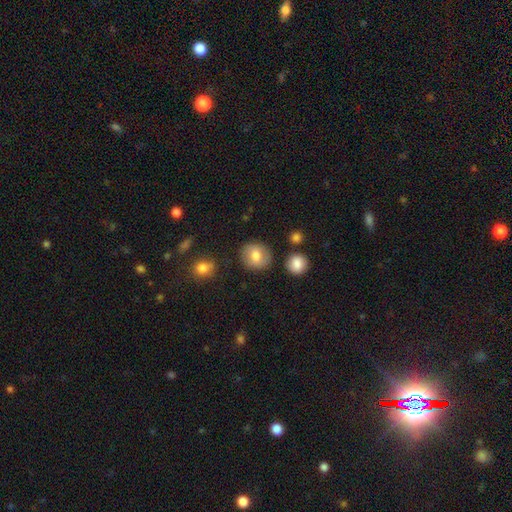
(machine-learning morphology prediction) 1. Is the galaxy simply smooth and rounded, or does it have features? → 75% smooth, 17% featured or disk, 8% star or artifact.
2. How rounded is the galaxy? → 87% round, 12% in between, 1% cigar-shaped.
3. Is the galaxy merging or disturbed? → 83% none, 11% minor disturbance, 3% merger, 3% major disturbance.